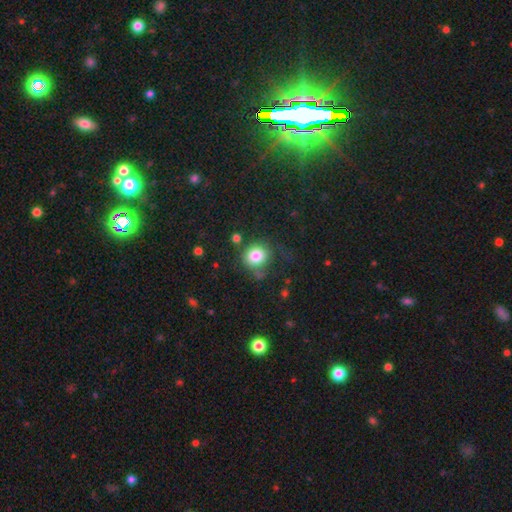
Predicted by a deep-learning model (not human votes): Smooth or featured: smooth — 81% (star or artifact — 10%)
How rounded: round — 82% (in between — 17%)
Merging: none — 66% (minor disturbance — 18%)